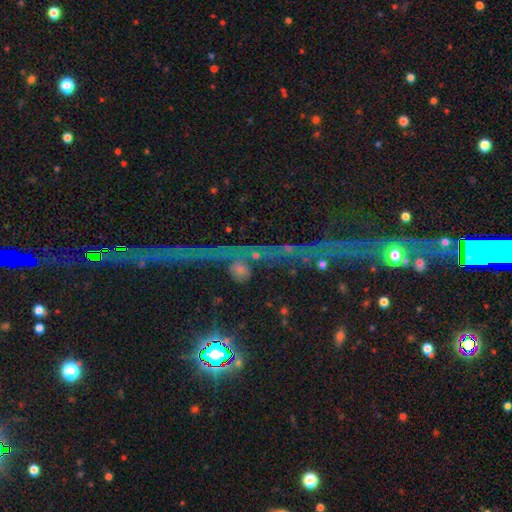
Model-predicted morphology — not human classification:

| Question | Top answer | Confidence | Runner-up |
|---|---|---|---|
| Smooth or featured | star or artifact | 63% | smooth (19%) |